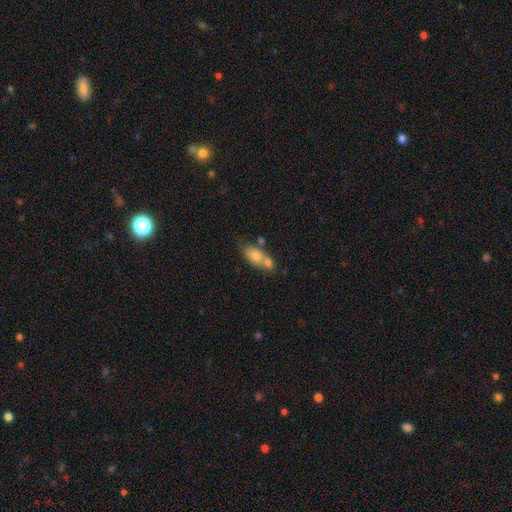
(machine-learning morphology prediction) smooth 73%, featured or disk 19%, star or artifact 8%. Down the decision tree: how rounded — in between (81%); merging — merger (49%).